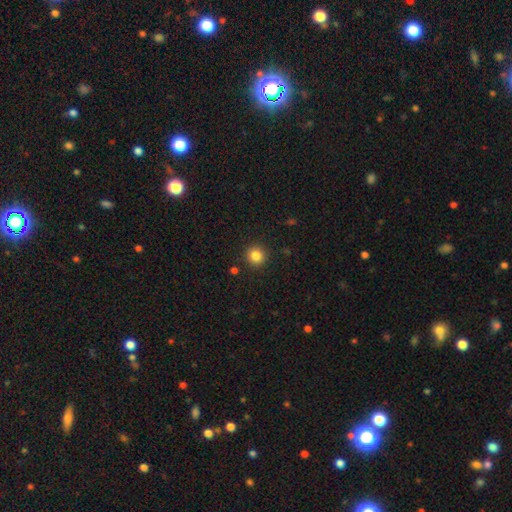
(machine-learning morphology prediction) Q: Smooth or featured?
A: smooth (84%); runner-up: star or artifact (11%)
Q: How rounded?
A: round (94%); runner-up: in between (5%)
Q: Merging?
A: none (91%); runner-up: minor disturbance (5%)